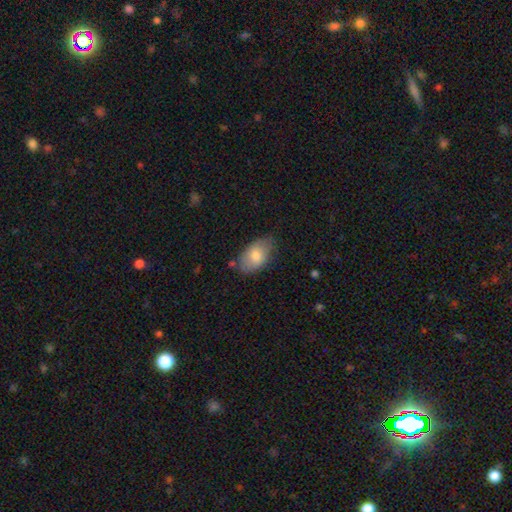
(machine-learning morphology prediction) This appears to be a smooth galaxy with no disk features (77%) that is in between round and cigar-shaped (93%). Merging: none (66%).